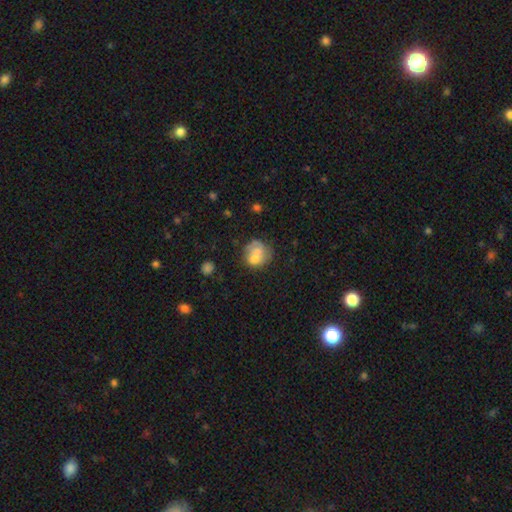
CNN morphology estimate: A smooth galaxy with no disk features (62%) that is round (73%). Merging: none (41%).